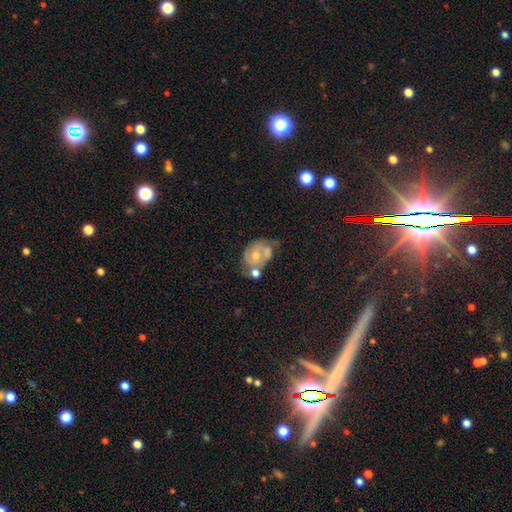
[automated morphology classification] featured or disk 61%, smooth 23%, star or artifact 15%. Down the decision tree: edge-on disk — no (96%); bar — no (73%); spiral arms — yes (70%); bulge size — moderate (58%); merging — none (46%).